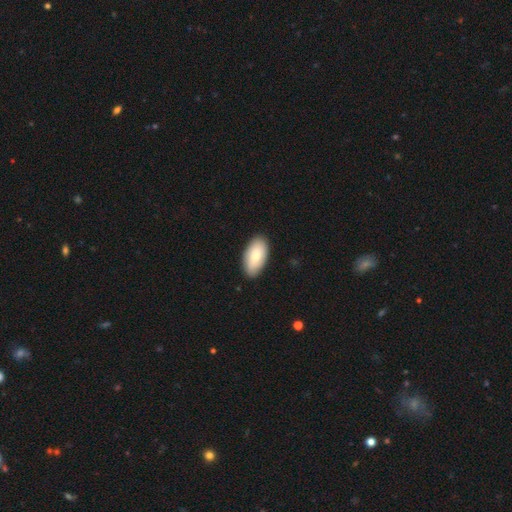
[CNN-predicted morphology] Smooth or featured? smooth (79%)
How rounded? in between (95%)
Merging? none (88%)